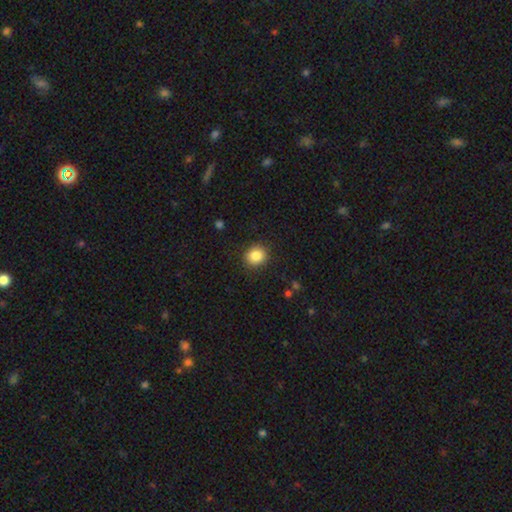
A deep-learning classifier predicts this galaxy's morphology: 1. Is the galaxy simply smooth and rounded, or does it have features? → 85% smooth, 10% star or artifact, 5% featured or disk.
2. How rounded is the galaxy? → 83% round, 17% in between, 1% cigar-shaped.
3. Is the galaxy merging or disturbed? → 89% none, 7% minor disturbance, 2% major disturbance, 1% merger.